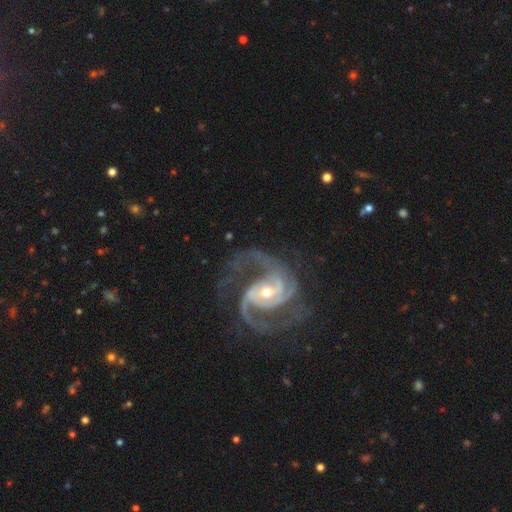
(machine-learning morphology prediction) featured or disk 93%, star or artifact 5%, smooth 2%. Down the decision tree: edge-on disk — no (98%); bar — no (38%); spiral arms — yes (99%); spiral arm count — 2 (82%); spiral winding — medium (59%); bulge size — small (57%); merging — none (72%).